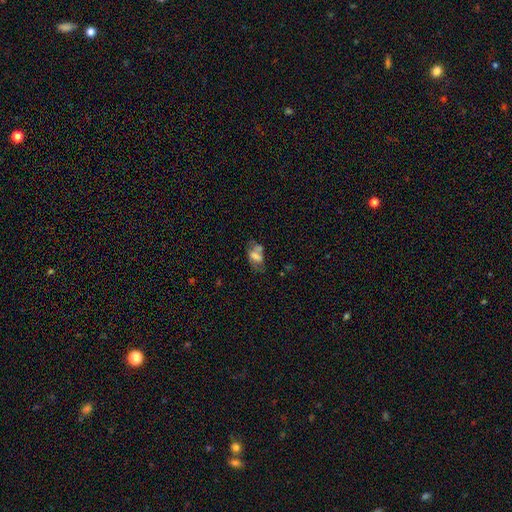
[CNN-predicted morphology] Smooth or featured: smooth — 55% (featured or disk — 32%)
How rounded: in between — 86% (round — 9%)
Merging: none — 36% (merger — 24%)